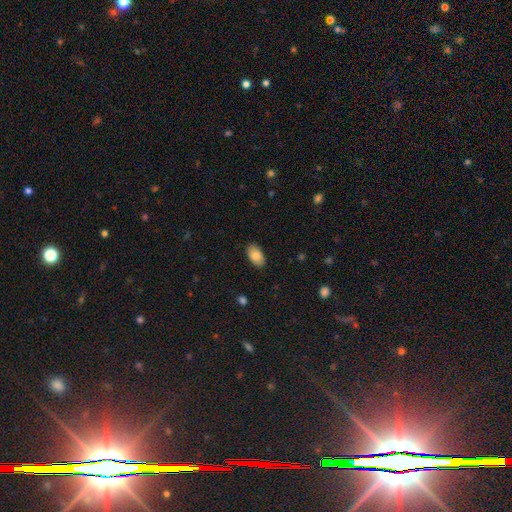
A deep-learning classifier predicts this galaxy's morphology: A smooth galaxy with no disk features (86%) that is in between round and cigar-shaped (94%). Merging: none (88%).